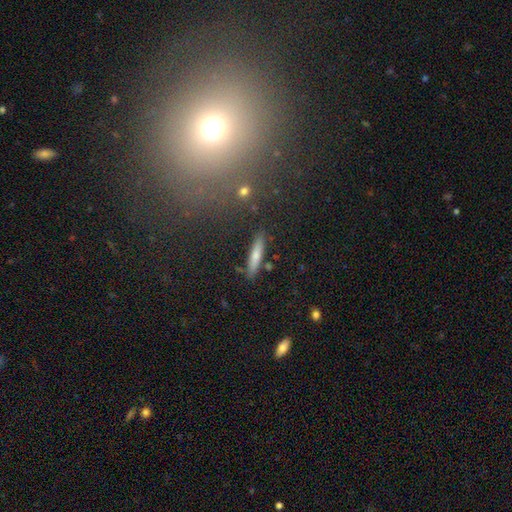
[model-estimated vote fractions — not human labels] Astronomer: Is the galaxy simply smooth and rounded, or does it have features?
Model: smooth — 69%.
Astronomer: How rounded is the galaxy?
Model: cigar-shaped — 84%.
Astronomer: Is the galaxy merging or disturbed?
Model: none — 84%.